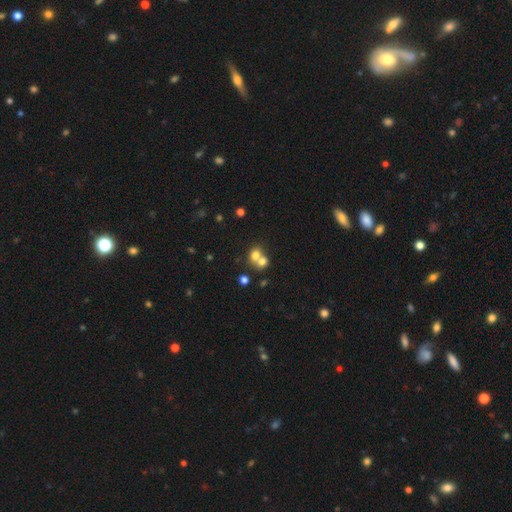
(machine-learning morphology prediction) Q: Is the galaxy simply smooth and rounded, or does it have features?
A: smooth — 70%.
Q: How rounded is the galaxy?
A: round — 69%.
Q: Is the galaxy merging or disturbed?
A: merger — 60%.